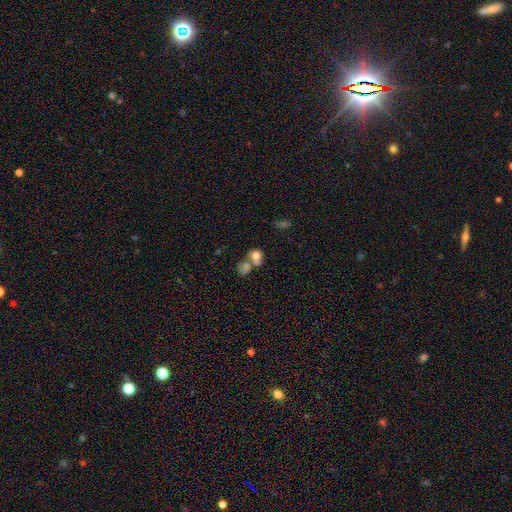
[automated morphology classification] smooth-or-featured: smooth: 74% | featured or disk: 14% | star or artifact: 12%
  how-rounded: round: 72% | in between: 27% | cigar-shaped: 1%
  merging: merger: 55% | none: 31% | minor disturbance: 8% | major disturbance: 6%